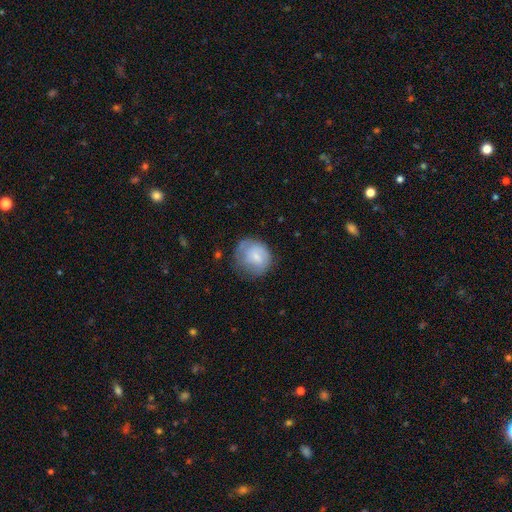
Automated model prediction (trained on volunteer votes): Morphology: type=smooth (61%); roundness=round (78%); merging=none (53%).